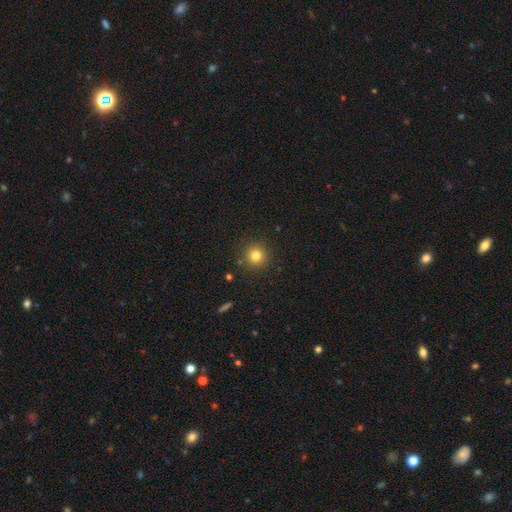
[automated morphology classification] smooth-or-featured: smooth: 80% | star or artifact: 13% | featured or disk: 7%
  how-rounded: round: 95% | in between: 4% | cigar-shaped: 1%
  merging: none: 89% | minor disturbance: 6% | merger: 2% | major disturbance: 2%